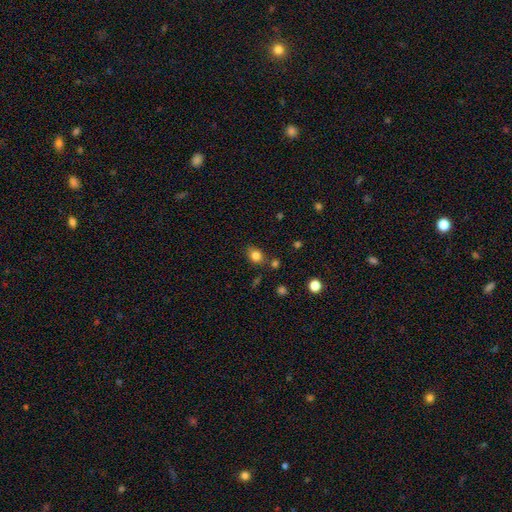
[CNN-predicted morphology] type=smooth (83%); roundness=round (52%); merging=none (75%).